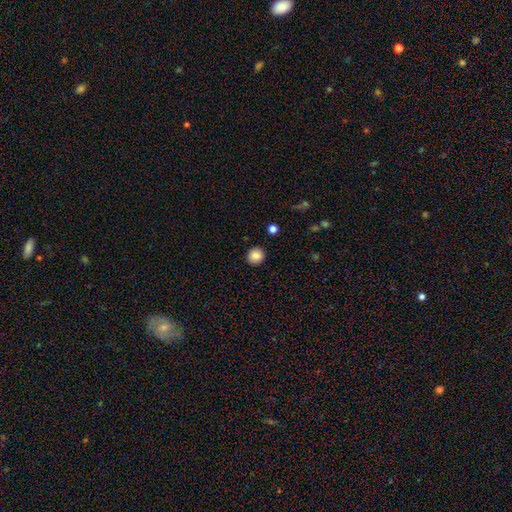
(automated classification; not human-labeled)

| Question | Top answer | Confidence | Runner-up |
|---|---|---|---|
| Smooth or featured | smooth | 86% | star or artifact (9%) |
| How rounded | round | 88% | in between (11%) |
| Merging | none | 91% | minor disturbance (6%) |